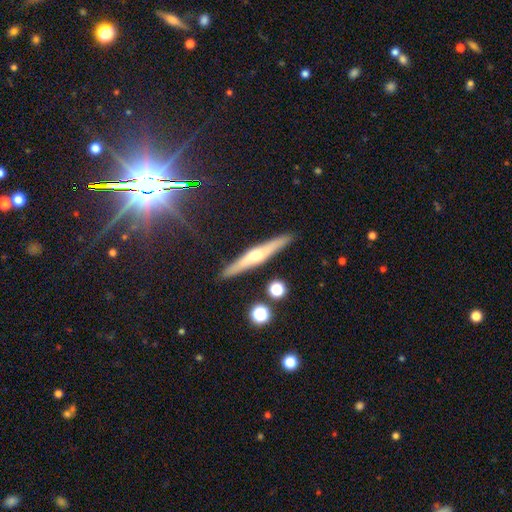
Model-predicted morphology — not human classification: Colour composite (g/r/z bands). It shows a featured or disk galaxy (63%) viewed edge-on (95%) with a rounded central bulge (86%). Merging: none (90%).